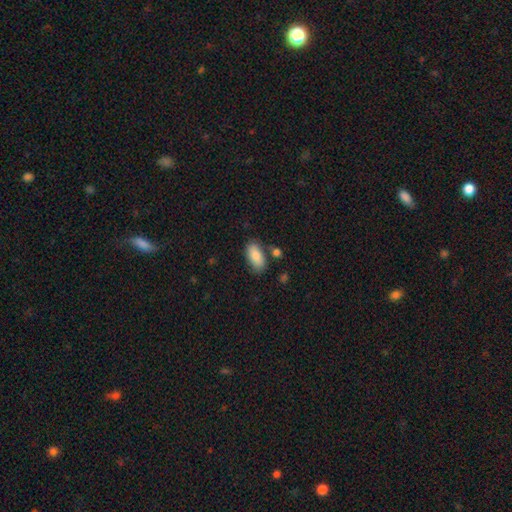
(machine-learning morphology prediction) Overall: smooth (86%). How rounded: in between (92%). Merging: none (74%).